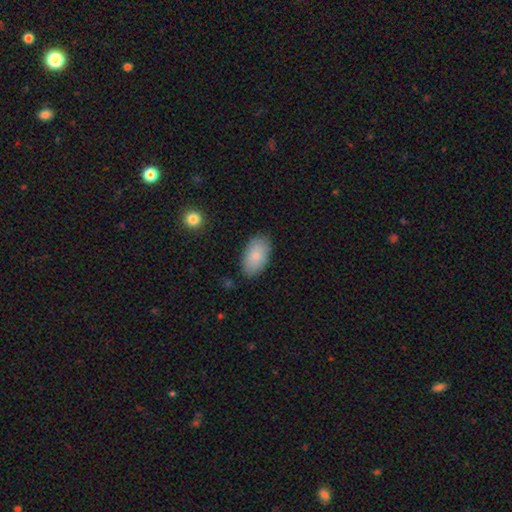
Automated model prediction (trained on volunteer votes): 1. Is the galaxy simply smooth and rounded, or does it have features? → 84% smooth, 10% featured or disk, 6% star or artifact.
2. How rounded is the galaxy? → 94% in between, 4% round, 1% cigar-shaped.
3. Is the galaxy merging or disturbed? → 83% none, 13% minor disturbance, 3% major disturbance, 1% merger.